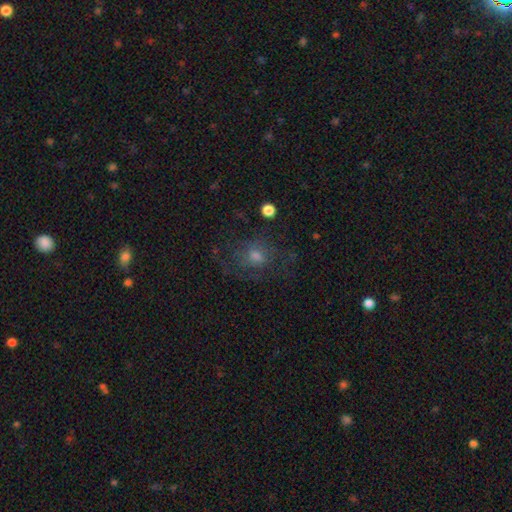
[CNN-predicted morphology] Overall: smooth (42%; featured or disk 39%). Merging: none (60%).